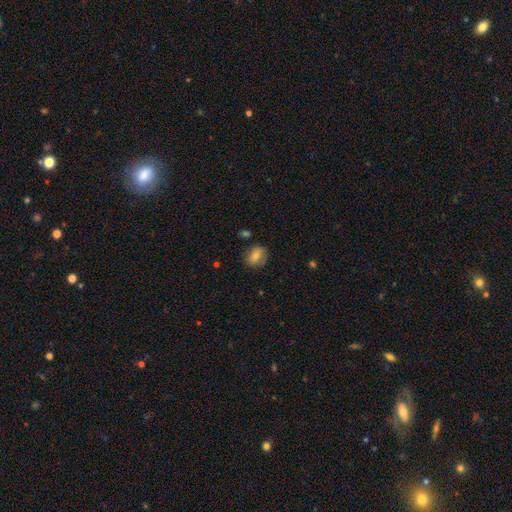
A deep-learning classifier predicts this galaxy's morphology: smooth 72%, featured or disk 18%, star or artifact 10%. Down the decision tree: how rounded — in between (52%); merging — none (76%).